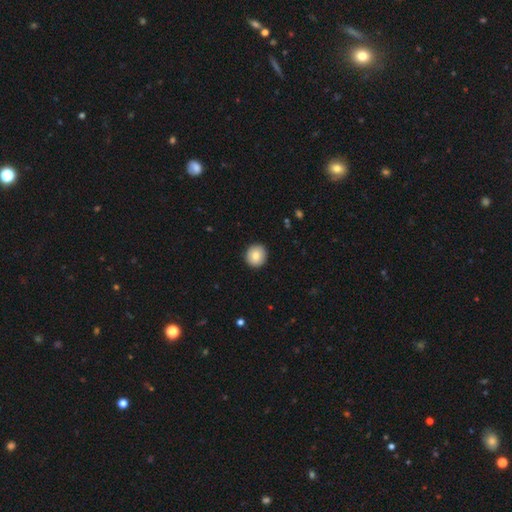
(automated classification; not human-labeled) Overall: smooth (81%). How rounded: round (92%). Merging: none (92%).